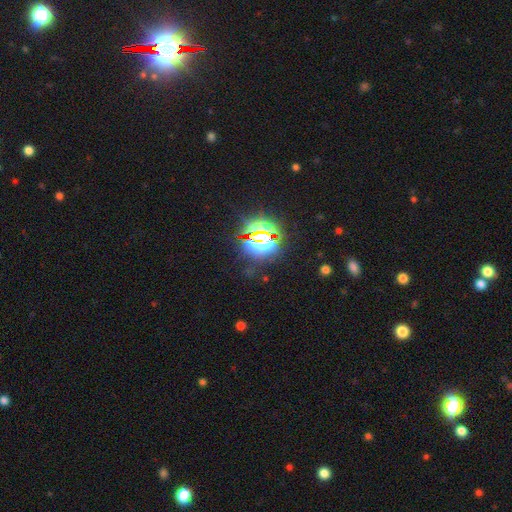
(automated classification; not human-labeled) Smooth or featured? Predicted: star or artifact (p=0.82).